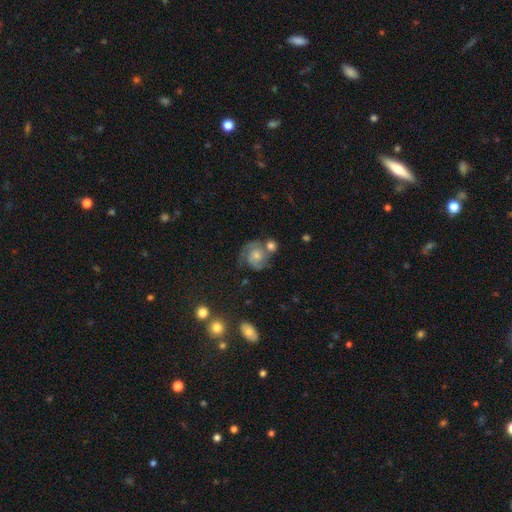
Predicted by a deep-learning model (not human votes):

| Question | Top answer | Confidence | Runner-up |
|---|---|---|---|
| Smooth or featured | featured or disk | 70% | smooth (21%) |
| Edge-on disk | no | 98% | yes (2%) |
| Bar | no | 75% | weak (22%) |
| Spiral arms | yes | 93% | no (7%) |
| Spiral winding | tight | 45% | medium (42%) |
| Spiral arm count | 2 | 65% | can't tell (13%) |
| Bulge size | moderate | 44% | small (41%) |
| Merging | none | 46% | merger (25%) |